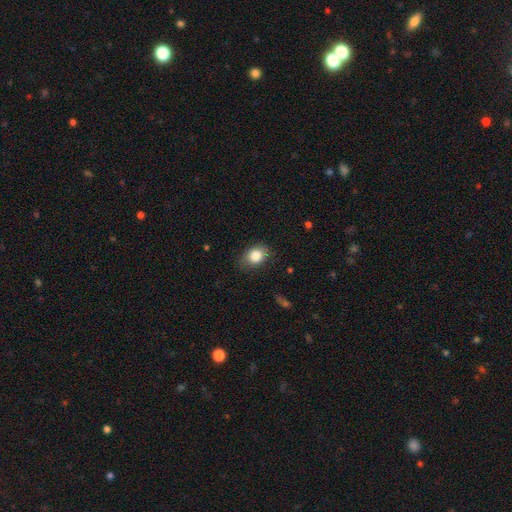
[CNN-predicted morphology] Overall: smooth (84%). How rounded: in between (63%; round 35%). Merging: none (74%).